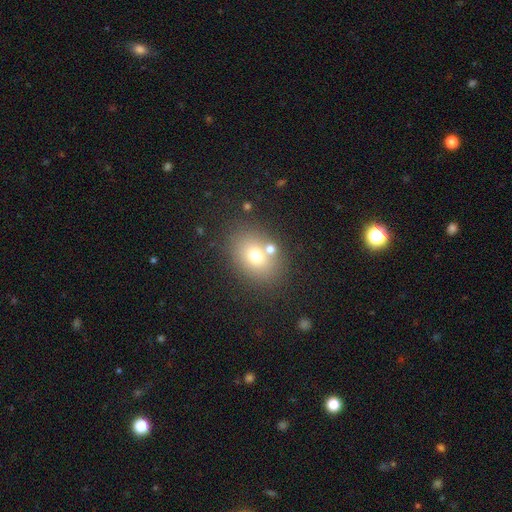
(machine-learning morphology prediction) smooth_or_featured: smooth (p=0.69) [alt: featured or disk p=0.16]
how_rounded: in between (p=0.51) [alt: round p=0.48]
merging: none (p=0.70) [alt: merger p=0.15]